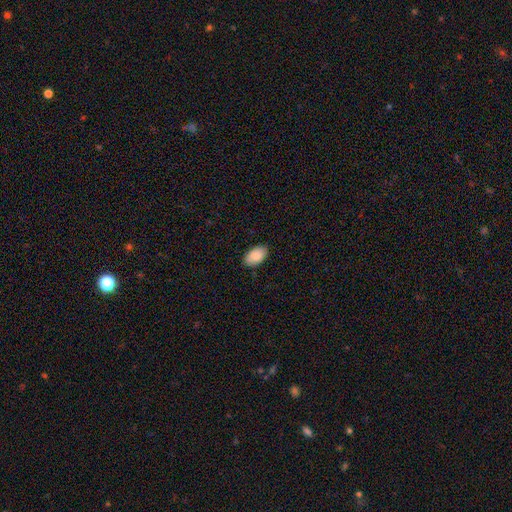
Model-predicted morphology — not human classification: smooth_or_featured: smooth (p=0.88) [alt: star or artifact p=0.06]
how_rounded: in between (p=0.94) [alt: round p=0.05]
merging: none (p=0.87) [alt: minor disturbance p=0.10]